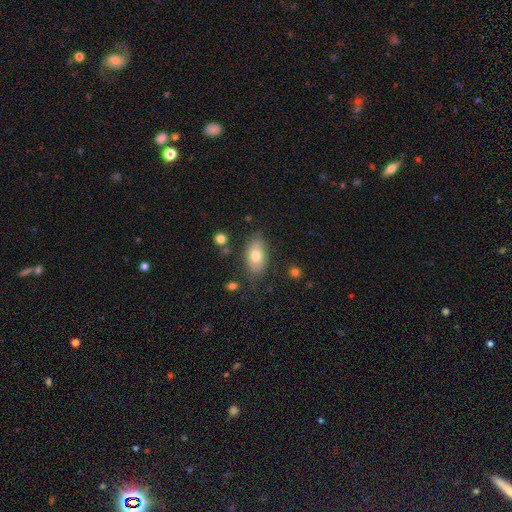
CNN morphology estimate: smooth 74%, featured or disk 19%, star or artifact 7%. Down the decision tree: how rounded — in between (91%); merging — none (77%).